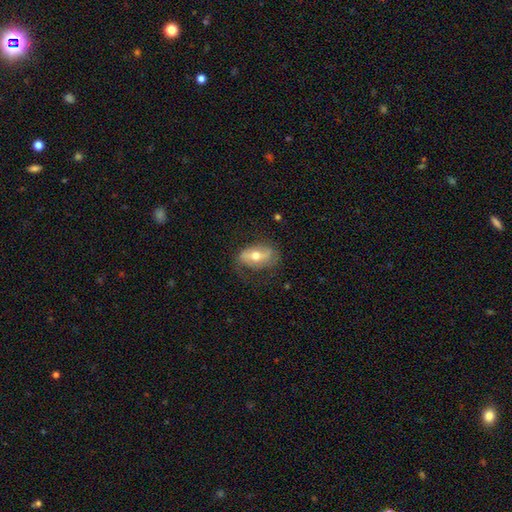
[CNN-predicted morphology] A featured or disk galaxy (50%). Merging: none (66%).